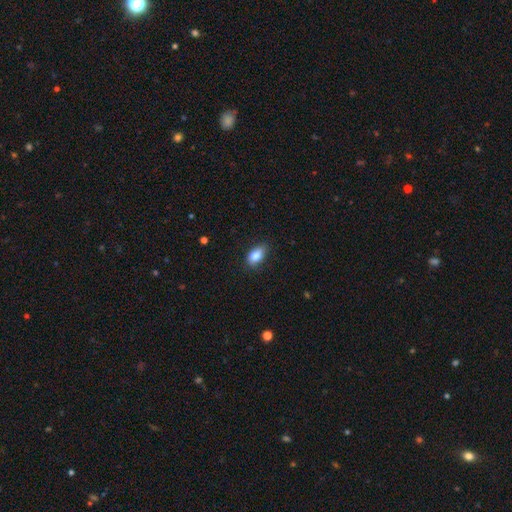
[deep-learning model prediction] Overall: smooth (84%). How rounded: in between (87%). Merging: none (75%).